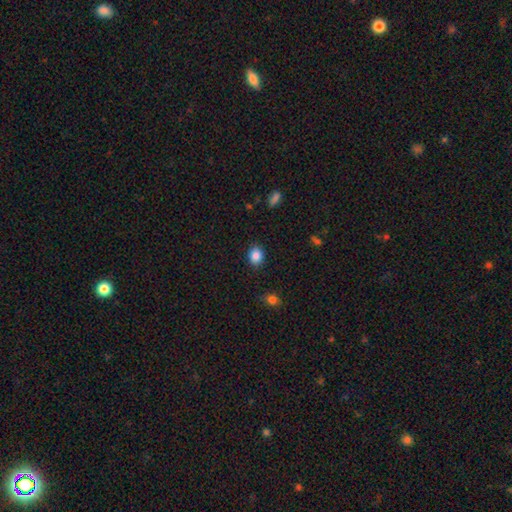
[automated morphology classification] Smooth or featured? smooth (86%)
How rounded? round (50%)
Merging? none (88%)